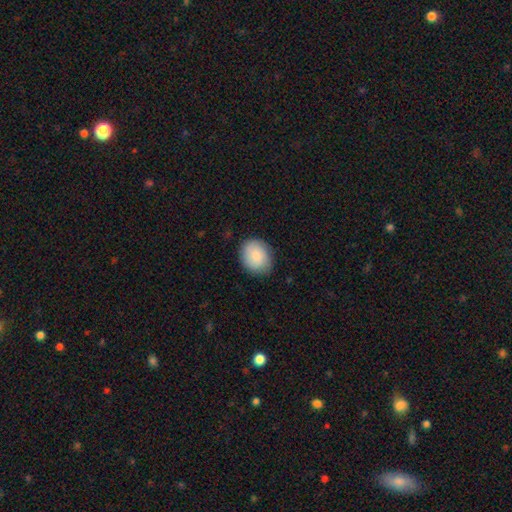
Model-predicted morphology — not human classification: This is clearly a smooth galaxy (82%). How rounded: possibly round (55%). Merging: clearly none (81%).